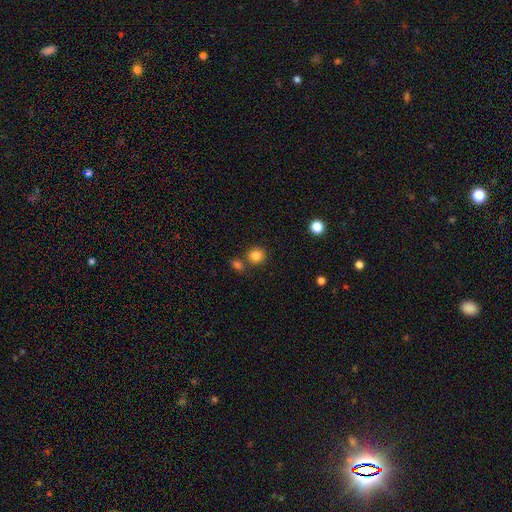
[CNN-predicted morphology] A smooth galaxy with no disk features (84%) that is round (87%). Merging: none (74%).